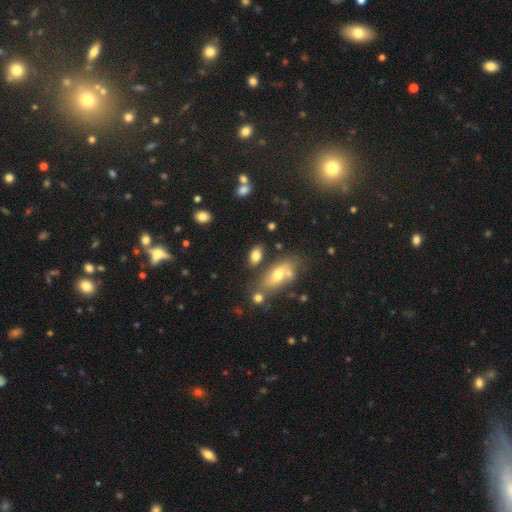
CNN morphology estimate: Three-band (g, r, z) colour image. It shows a smooth galaxy with no disk features (79%) that is in between round and cigar-shaped (89%). Merging: none (67%).